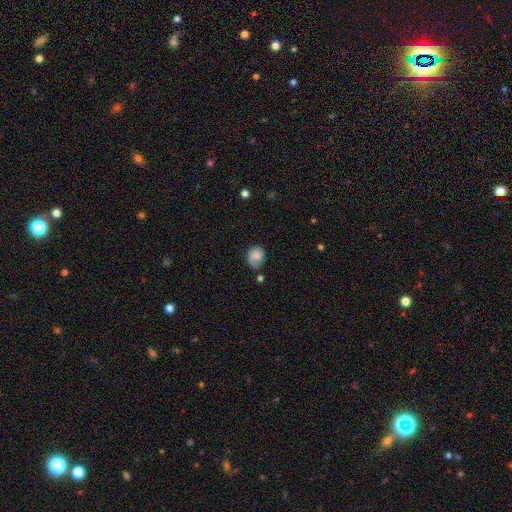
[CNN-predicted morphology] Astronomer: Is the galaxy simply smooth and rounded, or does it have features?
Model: smooth — 78%.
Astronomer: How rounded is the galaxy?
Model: round — 70%.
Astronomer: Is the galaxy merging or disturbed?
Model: none — 62%.